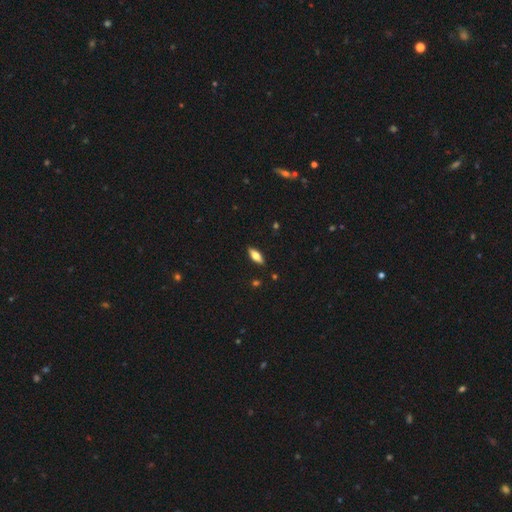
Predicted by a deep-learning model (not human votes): The model was most divided on "smooth or featured": smooth: 64%, featured or disk: 29%, star or artifact: 7%. More confident: merging — none (89%); how rounded — in between (69%).